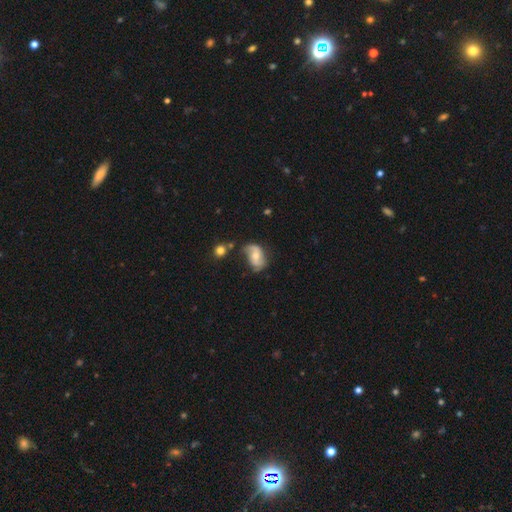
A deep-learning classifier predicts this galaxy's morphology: Q: Smooth or featured?
A: featured or disk (64%); runner-up: smooth (29%)
Q: Edge-on disk?
A: no (96%); runner-up: yes (4%)
Q: Bar?
A: no (53%); runner-up: weak (36%)
Q: Spiral arms?
A: yes (86%); runner-up: no (14%)
Q: Spiral winding?
A: loose (47%); runner-up: medium (37%)
Q: Spiral arm count?
A: 2 (81%); runner-up: can't tell (9%)
Q: Bulge size?
A: moderate (61%); runner-up: small (32%)
Q: Merging?
A: none (53%); runner-up: minor disturbance (28%)